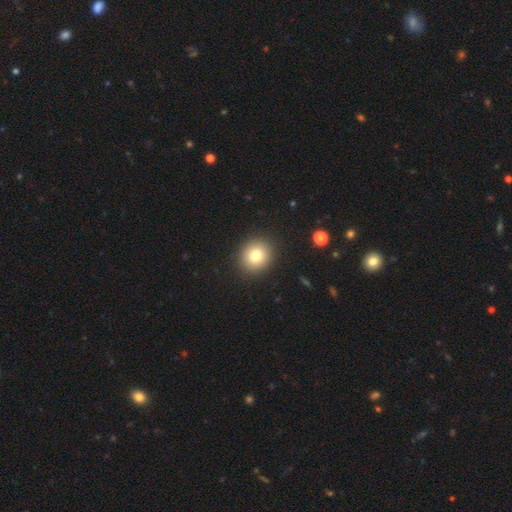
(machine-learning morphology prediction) Smooth or featured? Predicted: smooth (p=0.79). How rounded? Predicted: round (p=0.83). Merging? Predicted: none (p=0.91).